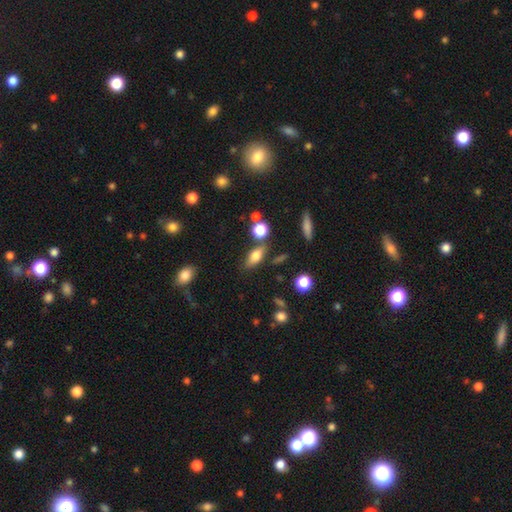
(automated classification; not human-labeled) This appears to be a smooth galaxy with no disk features (70%) that is in between round and cigar-shaped (72%). Merging: none (68%).